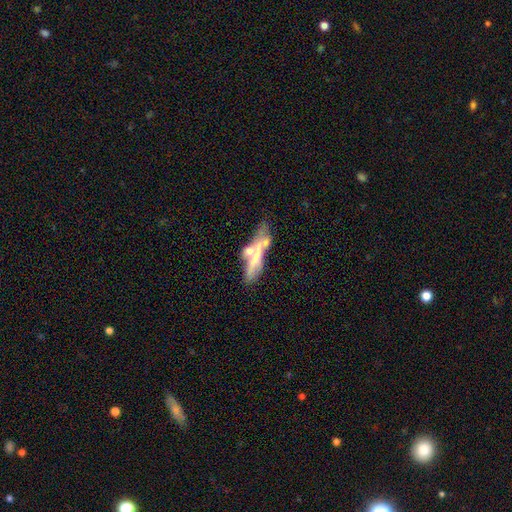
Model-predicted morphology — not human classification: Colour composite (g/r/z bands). It shows a featured or disk galaxy (47%). Merging: none (40%).